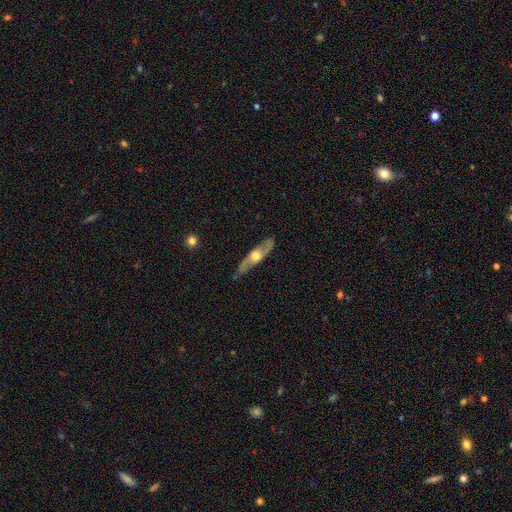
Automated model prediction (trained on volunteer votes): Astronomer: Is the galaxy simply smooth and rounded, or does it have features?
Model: featured or disk — 64%.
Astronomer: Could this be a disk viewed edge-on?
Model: yes — 58% (runner-up: no, 42%).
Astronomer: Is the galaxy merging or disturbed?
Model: none — 79%.